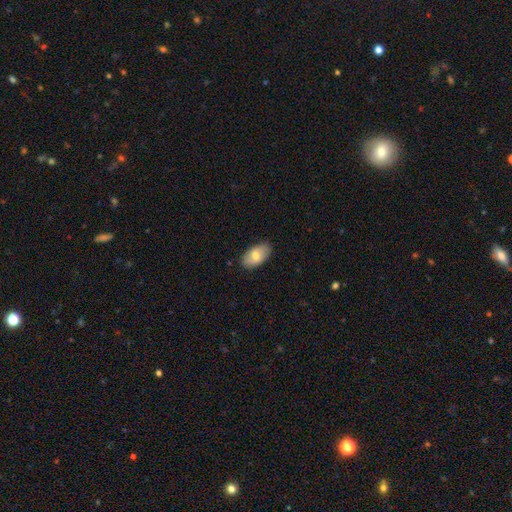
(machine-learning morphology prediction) smooth_or_featured: smooth (p=0.72) [alt: featured or disk p=0.22]
how_rounded: in between (p=0.94) [alt: round p=0.04]
merging: none (p=0.83) [alt: minor disturbance p=0.13]